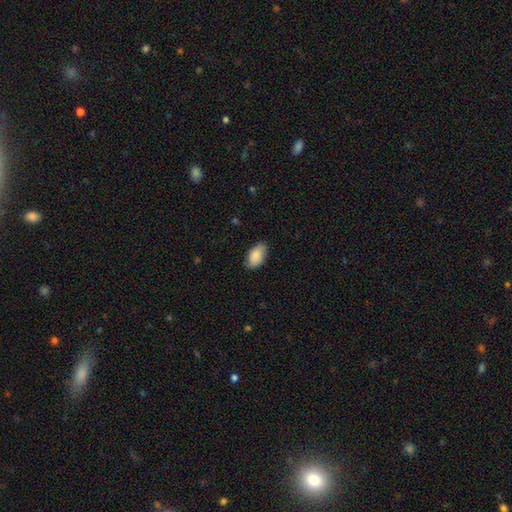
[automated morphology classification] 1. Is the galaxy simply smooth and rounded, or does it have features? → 84% smooth, 9% featured or disk, 6% star or artifact.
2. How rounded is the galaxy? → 94% in between, 5% round, 2% cigar-shaped.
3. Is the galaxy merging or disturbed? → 78% none, 18% minor disturbance, 3% major disturbance, 1% merger.